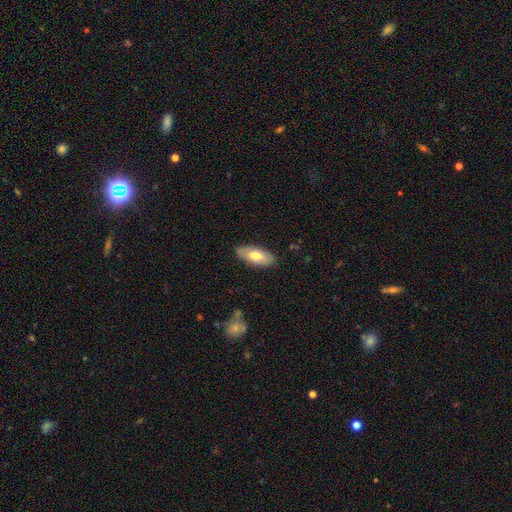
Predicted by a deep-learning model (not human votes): Overall: smooth (68%). How rounded: in between (87%). Merging: none (85%).